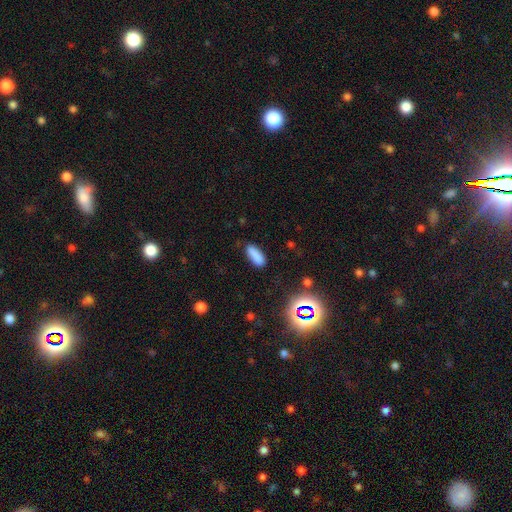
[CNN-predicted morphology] The model was most divided on "how rounded": in between: 67%, cigar-shaped: 30%, round: 3%. More confident: smooth or featured — smooth (83%); merging — none (81%).